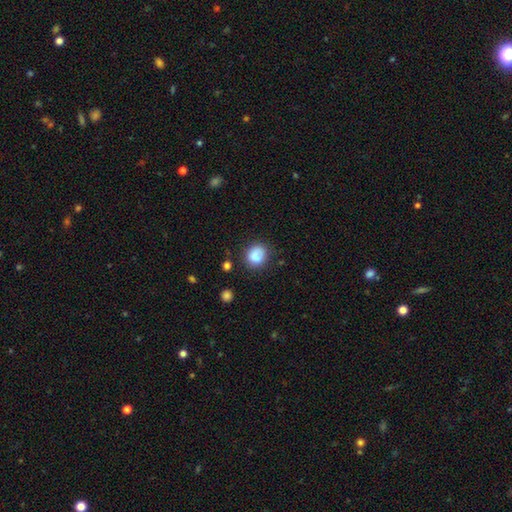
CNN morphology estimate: This appears to be a smooth galaxy with no disk features (81%) that is round (69%). Merging: none (64%).